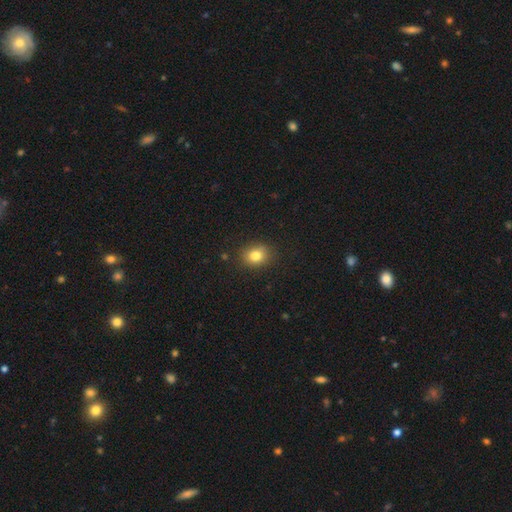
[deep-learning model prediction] A smooth galaxy with no disk features (81%) that is round (55%).

Vote fractions:
- Smooth or featured? smooth: 81% / star or artifact: 11% / featured or disk: 8%
- How rounded? round: 55% / in between: 44% / cigar-shaped: 1%
- Merging? none: 86% / minor disturbance: 10% / major disturbance: 3% / merger: 1%